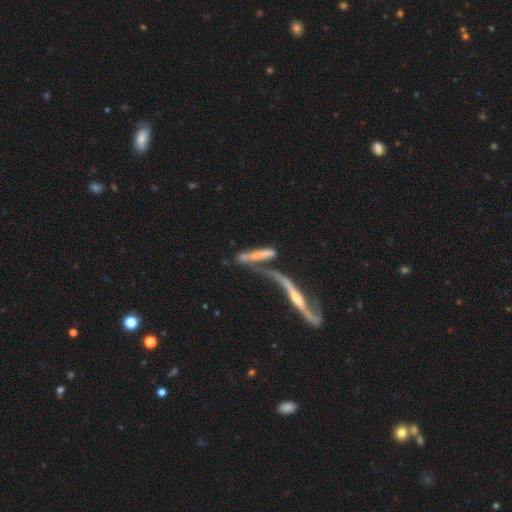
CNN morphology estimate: featured or disk 48%, smooth 42%, star or artifact 10%. Down the decision tree: merging — merger (58%).